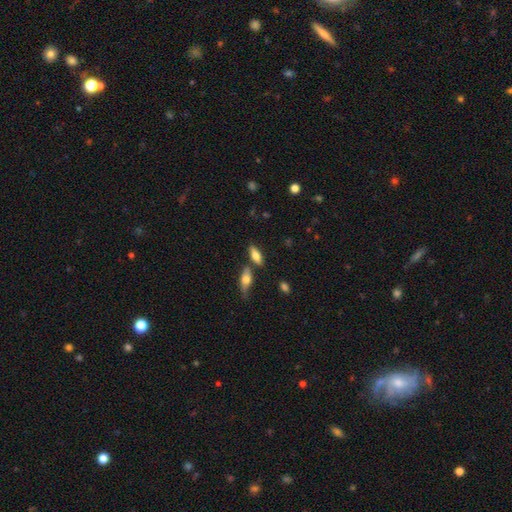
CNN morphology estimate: Overall: smooth (66%). How rounded: in between (72%). Merging: none (67%).